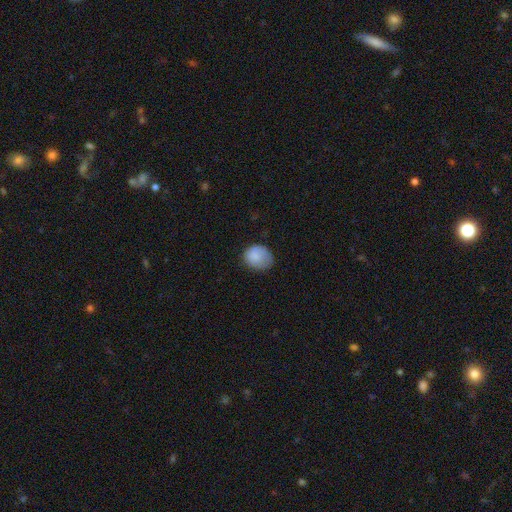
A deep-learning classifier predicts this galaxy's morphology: smooth 84%, featured or disk 8%, star or artifact 7%. Down the decision tree: how rounded — round (58%); merging — none (63%).